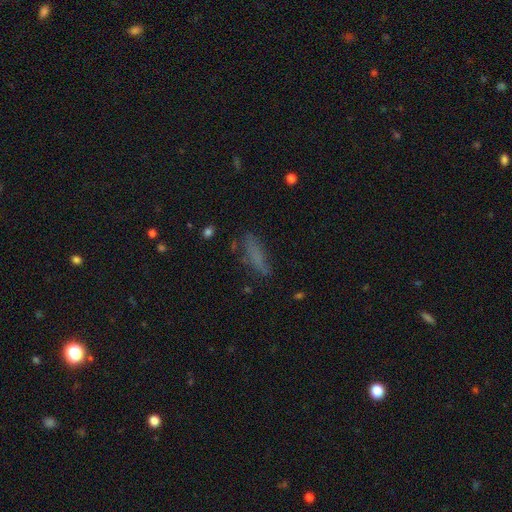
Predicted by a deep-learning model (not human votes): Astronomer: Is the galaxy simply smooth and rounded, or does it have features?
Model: smooth — 66%.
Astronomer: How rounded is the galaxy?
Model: cigar-shaped — 59% (runner-up: in between, 38%).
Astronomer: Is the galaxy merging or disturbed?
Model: none — 61%.